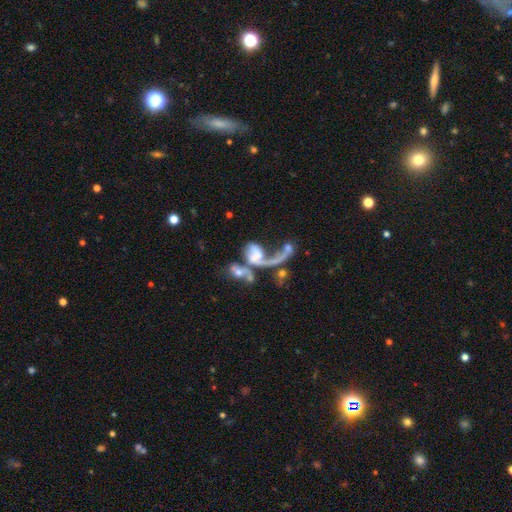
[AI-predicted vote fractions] This is likely a featured or disk galaxy (66%). It is clearly not viewed edge-on (95%). Bar: likely no (63%). Spiral arm pattern: likely yes (65%). Central bulge: marginally none (39%). Merging: possibly merger (58%).